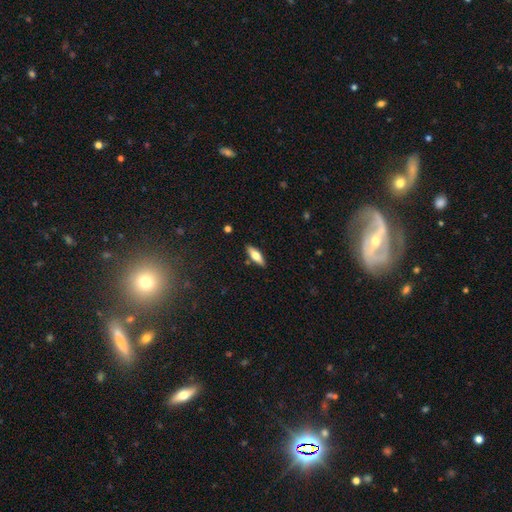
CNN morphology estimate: smooth-or-featured: smooth: 63% | featured or disk: 31% | star or artifact: 6%
  how-rounded: in between: 57% | cigar-shaped: 41% | round: 2%
  merging: none: 86% | minor disturbance: 9% | merger: 2% | major disturbance: 2%